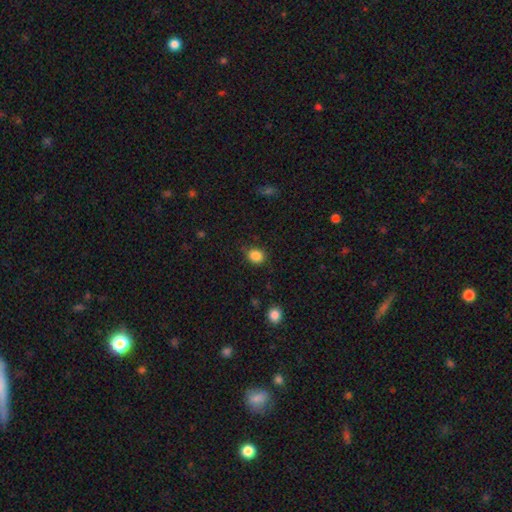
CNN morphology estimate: Overall: smooth (86%). How rounded: round (68%; in between 31%). Merging: none (79%).